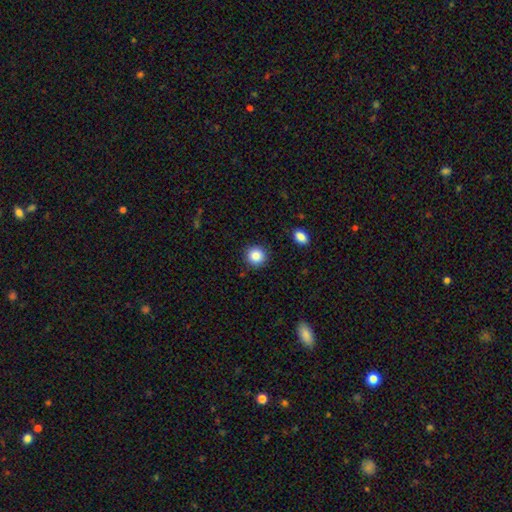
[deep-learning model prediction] Smooth or featured: smooth — 86% (star or artifact — 10%)
How rounded: round — 93% (in between — 6%)
Merging: none — 90% (minor disturbance — 6%)